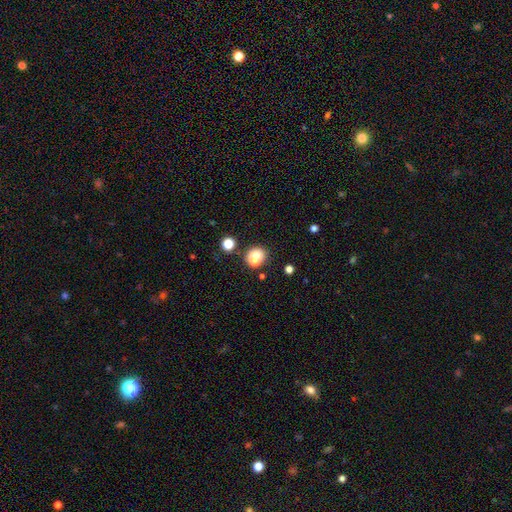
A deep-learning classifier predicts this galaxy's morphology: smooth_or_featured: smooth (p=0.72) [alt: featured or disk p=0.15]
how_rounded: round (p=0.64) [alt: in between p=0.35]
merging: none (p=0.48) [alt: merger p=0.33]